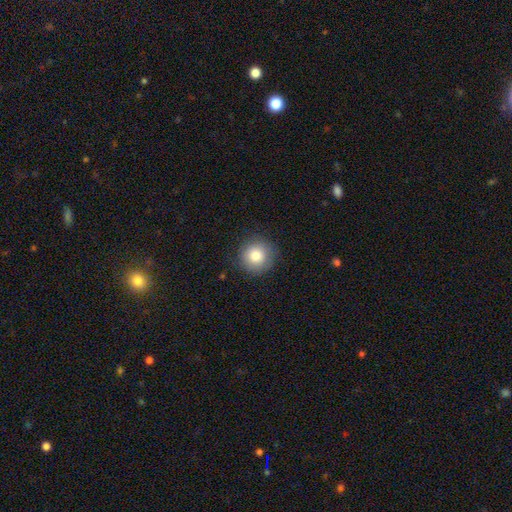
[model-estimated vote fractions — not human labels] smooth_or_featured: smooth (p=0.82) [alt: star or artifact p=0.10]
how_rounded: round (p=0.94) [alt: in between p=0.05]
merging: none (p=0.87) [alt: minor disturbance p=0.09]